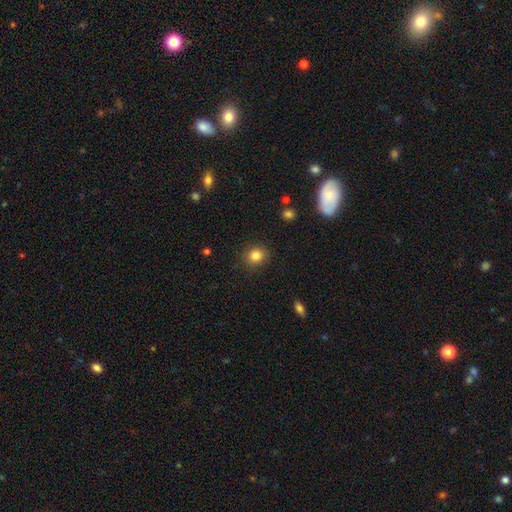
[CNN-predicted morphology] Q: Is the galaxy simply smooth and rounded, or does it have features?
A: smooth — 84%.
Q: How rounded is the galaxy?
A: round — 76%.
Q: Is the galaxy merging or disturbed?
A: none — 88%.